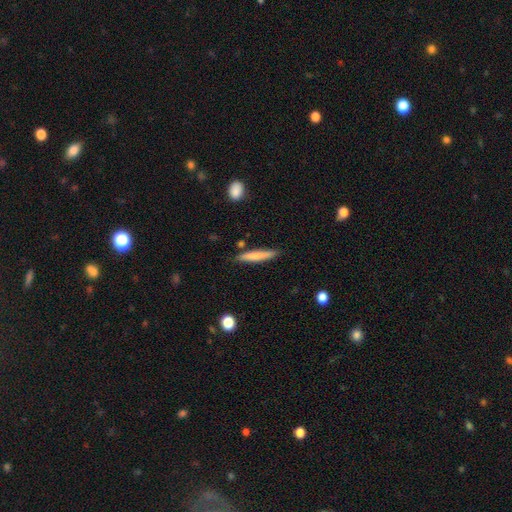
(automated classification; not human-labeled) This is likely a smooth galaxy (73%). How rounded: clearly cigar-shaped (92%). Merging: clearly none (85%).